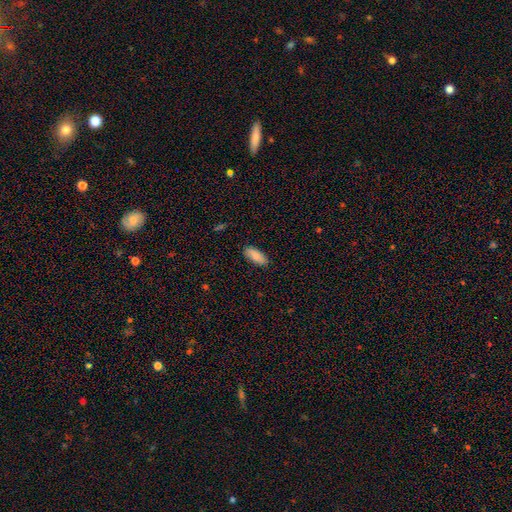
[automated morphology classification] A smooth galaxy with no disk features (87%) that is in between round and cigar-shaped (84%). Merging: none (88%).